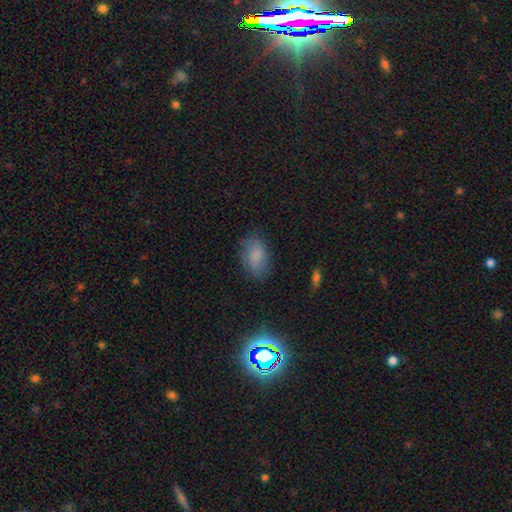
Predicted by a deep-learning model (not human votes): Smooth or featured? smooth (78%)
How rounded? in between (90%)
Merging? none (77%)